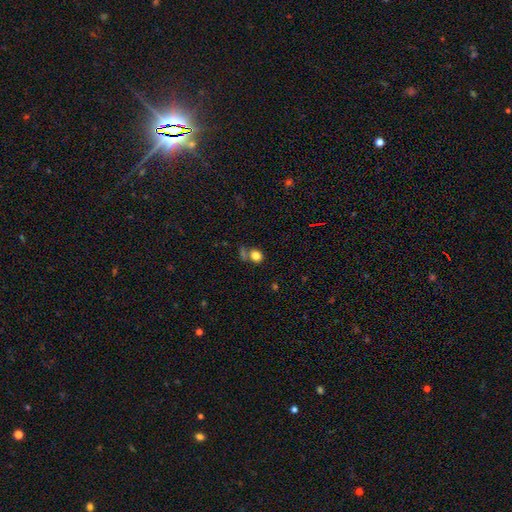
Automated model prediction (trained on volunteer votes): smooth_or_featured: smooth (p=0.79) [alt: star or artifact p=0.12]
how_rounded: round (p=0.66) [alt: in between p=0.32]
merging: none (p=0.51) [alt: merger p=0.25]